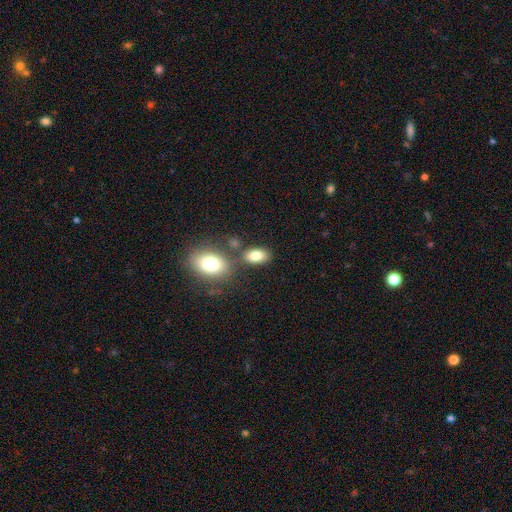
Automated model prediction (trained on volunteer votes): Smooth or featured? Predicted: smooth (p=0.80). How rounded? Predicted: in between (p=0.87). Merging? Predicted: none (p=0.67).